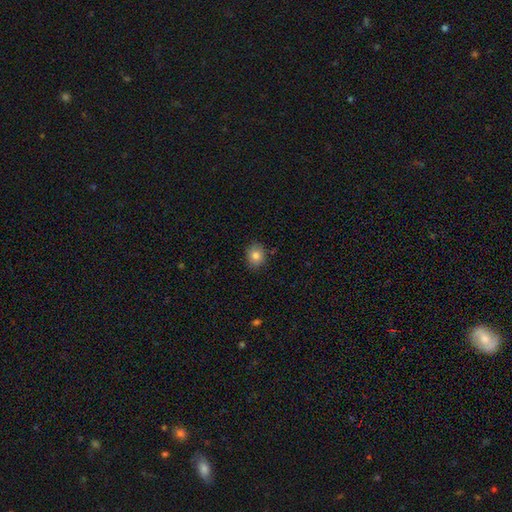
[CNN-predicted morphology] Overall: smooth (80%). How rounded: round (63%; in between 36%). Merging: none (86%).